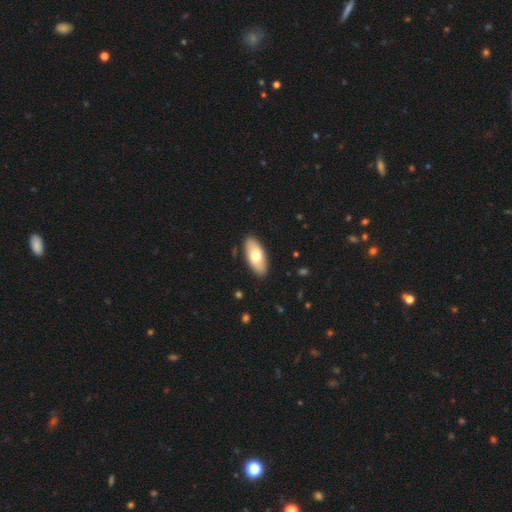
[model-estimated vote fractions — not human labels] Morphology: type=smooth (69%); roundness=in between (91%); merging=none (89%).